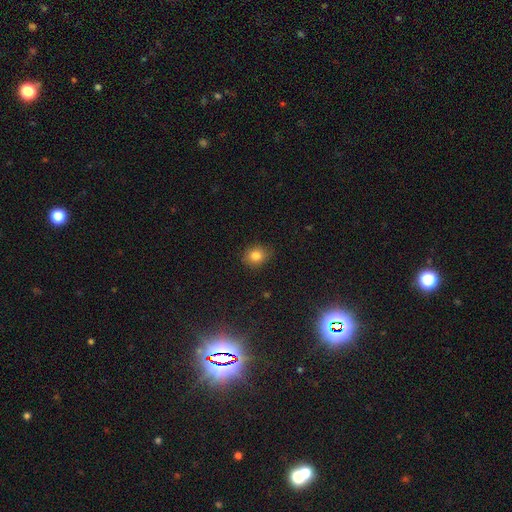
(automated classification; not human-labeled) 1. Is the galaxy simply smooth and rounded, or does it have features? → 82% smooth, 12% star or artifact, 6% featured or disk.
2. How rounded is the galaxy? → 63% round, 36% in between, 1% cigar-shaped.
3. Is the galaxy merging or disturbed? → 84% none, 12% minor disturbance, 2% major disturbance, 1% merger.